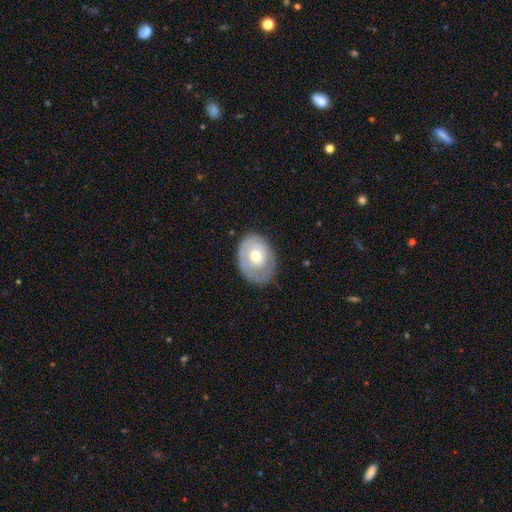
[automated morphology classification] Q: Smooth or featured?
A: smooth (52%); runner-up: featured or disk (42%)
Q: How rounded?
A: in between (67%); runner-up: round (32%)
Q: Merging?
A: none (67%); runner-up: minor disturbance (23%)